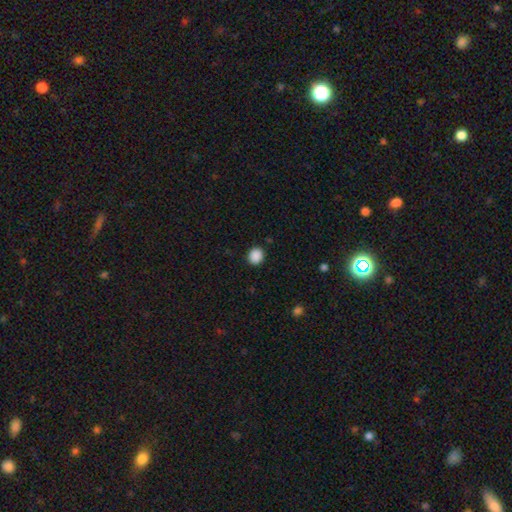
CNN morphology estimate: Q: Smooth or featured?
A: smooth (89%); runner-up: star or artifact (9%)
Q: How rounded?
A: round (78%); runner-up: in between (21%)
Q: Merging?
A: none (90%); runner-up: minor disturbance (7%)